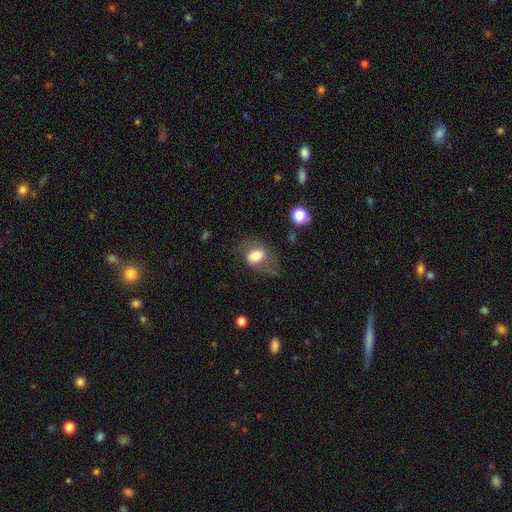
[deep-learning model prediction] Smooth or featured? smooth (65%)
How rounded? in between (73%)
Merging? none (50%)